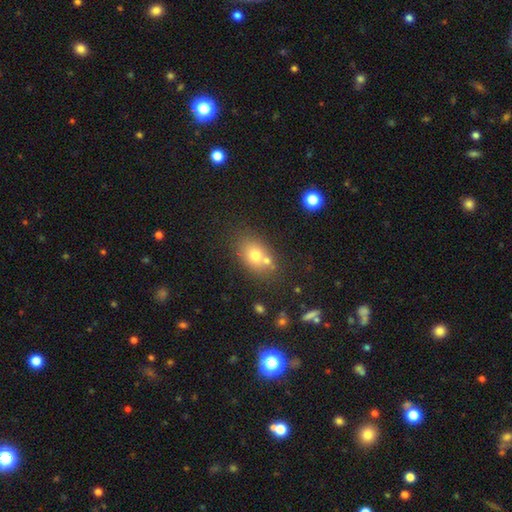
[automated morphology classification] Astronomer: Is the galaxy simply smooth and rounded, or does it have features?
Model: smooth — 71%.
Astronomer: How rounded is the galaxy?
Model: in between — 67%.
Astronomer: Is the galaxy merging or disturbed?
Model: none — 59%.